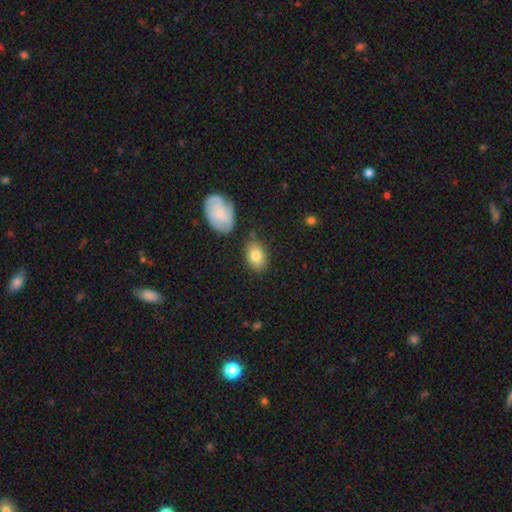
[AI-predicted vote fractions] Smooth or featured? Predicted: smooth (p=0.80). How rounded? Predicted: in between (p=0.82). Merging? Predicted: none (p=0.76).